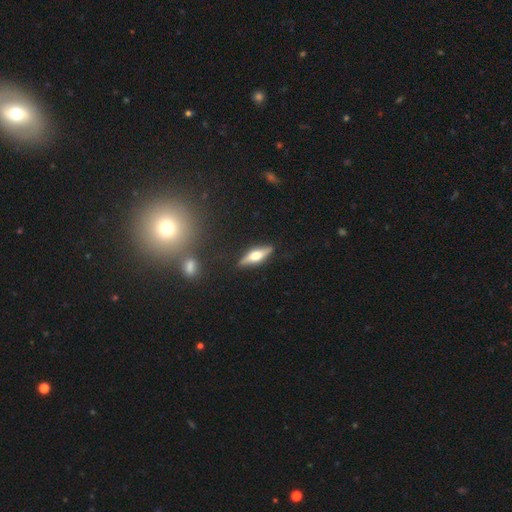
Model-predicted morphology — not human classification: This appears to be a featured or disk galaxy (62%) viewed edge-on (92%) with a rounded central bulge (91%). Merging: none (85%).